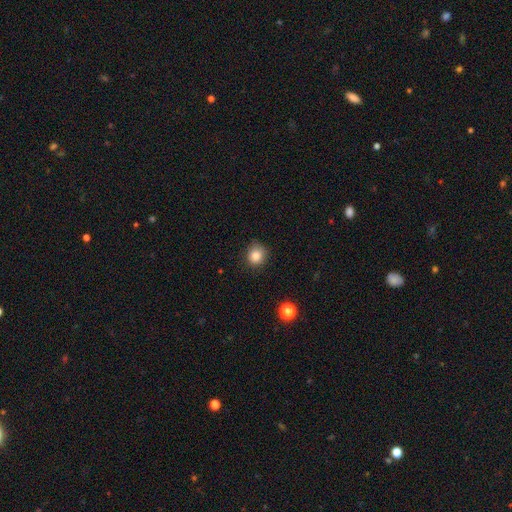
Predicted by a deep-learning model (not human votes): Smooth or featured: smooth — 83% (star or artifact — 11%)
How rounded: round — 83% (in between — 16%)
Merging: none — 81% (minor disturbance — 15%)